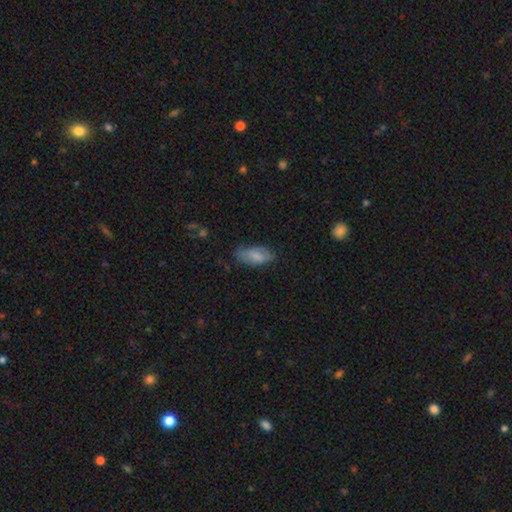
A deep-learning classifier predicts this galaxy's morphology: Q: Smooth or featured?
A: smooth (80%); runner-up: featured or disk (13%)
Q: How rounded?
A: in between (86%); runner-up: cigar-shaped (11%)
Q: Merging?
A: none (65%); runner-up: minor disturbance (27%)